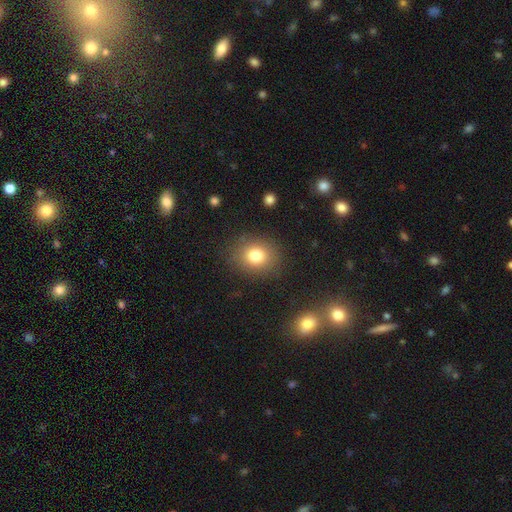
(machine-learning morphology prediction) This appears to be a smooth galaxy with no disk features (79%) that is round (65%). Merging: none (85%).